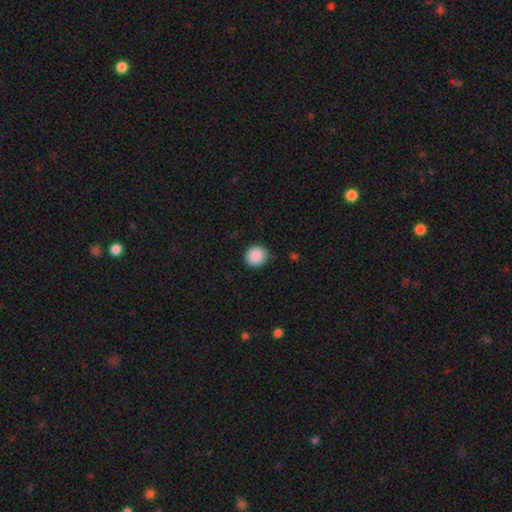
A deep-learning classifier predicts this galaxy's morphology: smooth-or-featured: smooth: 89% | star or artifact: 8% | featured or disk: 3%
  how-rounded: round: 89% | in between: 10% | cigar-shaped: 1%
  merging: none: 90% | minor disturbance: 7% | major disturbance: 2% | merger: 1%